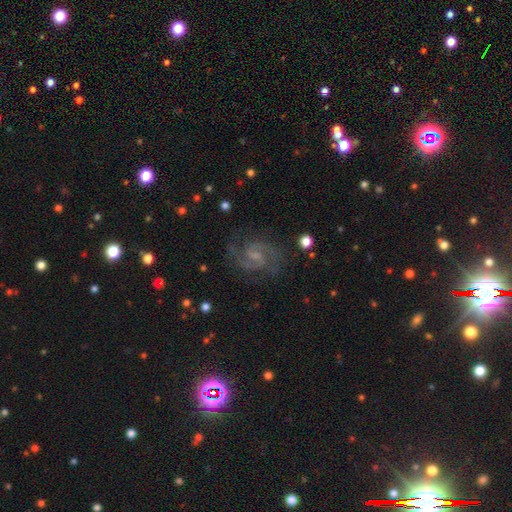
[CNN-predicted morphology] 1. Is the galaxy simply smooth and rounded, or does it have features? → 88% featured or disk, 7% star or artifact, 5% smooth.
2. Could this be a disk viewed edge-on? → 98% no, 2% yes.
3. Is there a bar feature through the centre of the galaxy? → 56% weak, 31% no, 13% strong.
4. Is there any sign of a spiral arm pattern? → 98% yes, 2% no.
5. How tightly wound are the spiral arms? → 60% medium, 26% tight, 14% loose.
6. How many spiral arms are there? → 89% 2, 3% 3, 3% can't tell, 1% 1, 1% 4, 1% more than 4.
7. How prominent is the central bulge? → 55% small, 24% none, 19% moderate, 2% large, 1% dominant.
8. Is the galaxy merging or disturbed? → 80% none, 13% minor disturbance, 6% major disturbance, 1% merger.